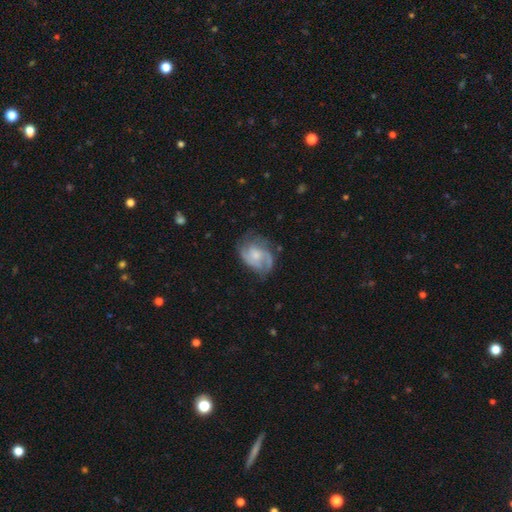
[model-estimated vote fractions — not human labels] This is likely a featured or disk galaxy (74%). It is clearly not viewed edge-on (98%). Bar: likely no (69%). Spiral arm pattern: clearly yes (91%). Spiral arm count: possibly 2 (47%). Spiral winding: possibly medium (46%). Central bulge: possibly small (46%). Merging: possibly none (59%).